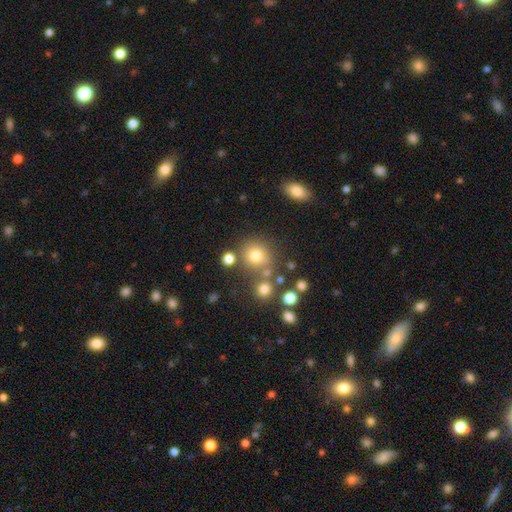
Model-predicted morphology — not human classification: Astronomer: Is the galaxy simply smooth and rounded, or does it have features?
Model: smooth — 75%.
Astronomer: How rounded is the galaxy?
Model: round — 86%.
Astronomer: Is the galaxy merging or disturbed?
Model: none — 70%.